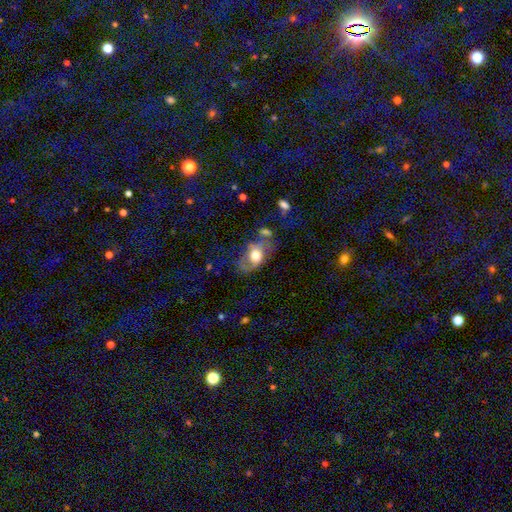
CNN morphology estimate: Smooth or featured? Predicted: smooth (p=0.48). Merging? Predicted: none (p=0.39).